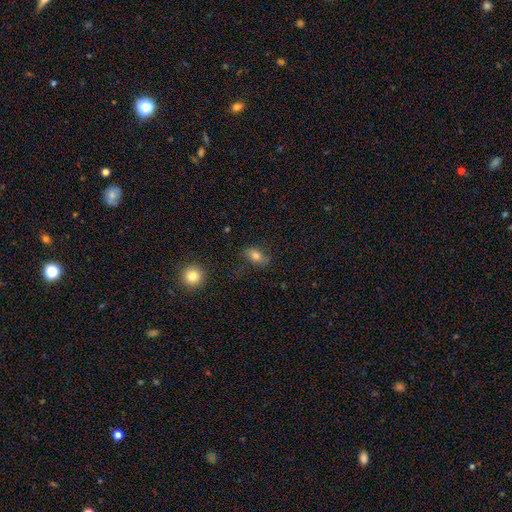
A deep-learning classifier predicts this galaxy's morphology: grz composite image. It shows a smooth galaxy with no disk features (74%) that is in between round and cigar-shaped (83%). Merging: none (76%).